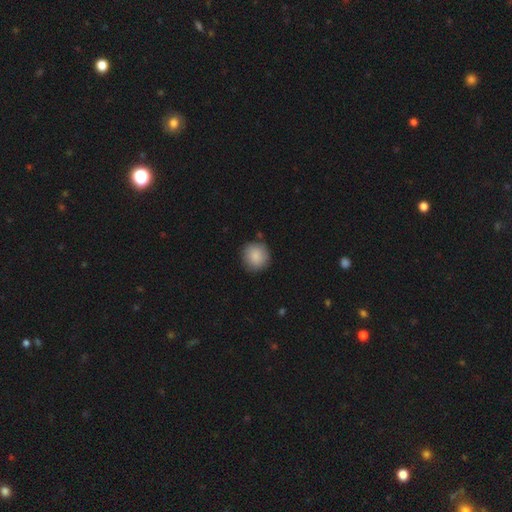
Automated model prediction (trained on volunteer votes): The model was most divided on "merging": none: 85%, minor disturbance: 10%, major disturbance: 2%, merger: 2%. More confident: how rounded — round (91%); smooth or featured — smooth (88%).